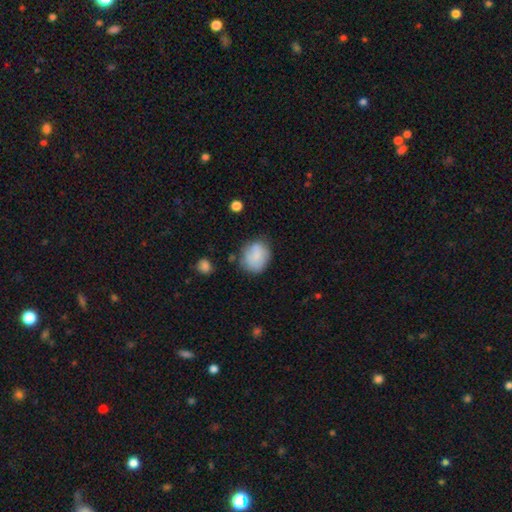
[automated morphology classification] The model was most divided on "how rounded": round: 65%, in between: 34%, cigar-shaped: 1%. More confident: smooth or featured — smooth (77%); merging — none (61%).